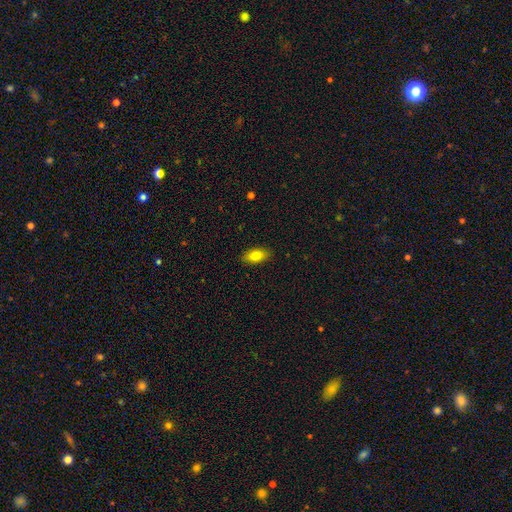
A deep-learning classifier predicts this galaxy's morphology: Overall: smooth (80%). How rounded: in between (89%). Merging: none (89%).